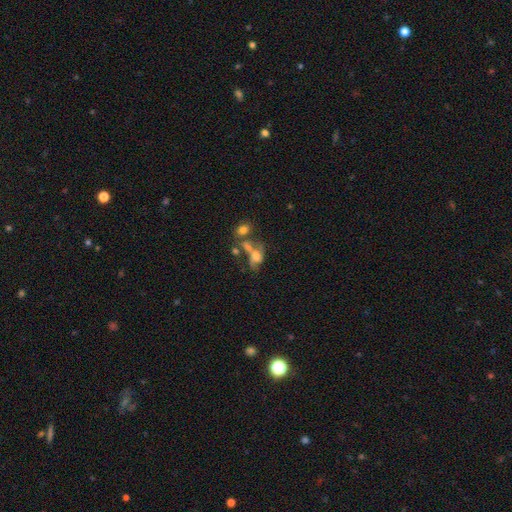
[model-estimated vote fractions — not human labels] Smooth or featured? Predicted: smooth (p=0.45). Merging? Predicted: merger (p=0.38).